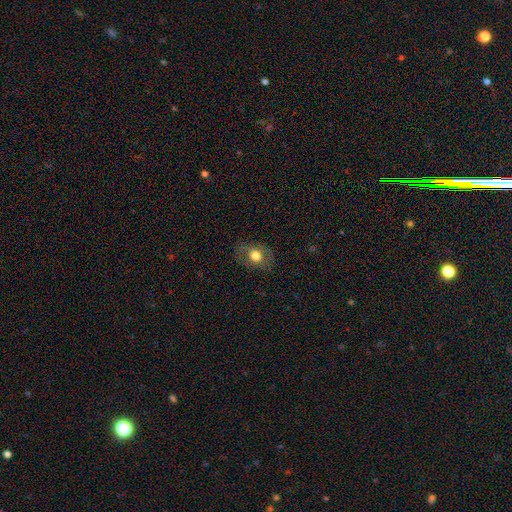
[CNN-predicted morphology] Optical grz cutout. It shows a smooth galaxy with no disk features (64%) that is in between round and cigar-shaped (59%). Merging: none (80%).